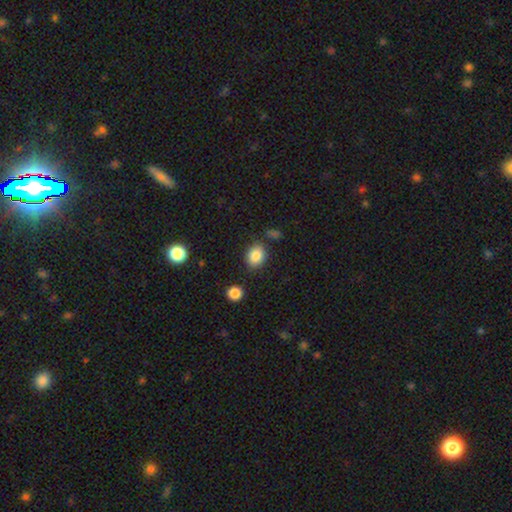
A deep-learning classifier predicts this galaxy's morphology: This is clearly a smooth galaxy (86%). How rounded: possibly in between (56%). Merging: likely none (78%).